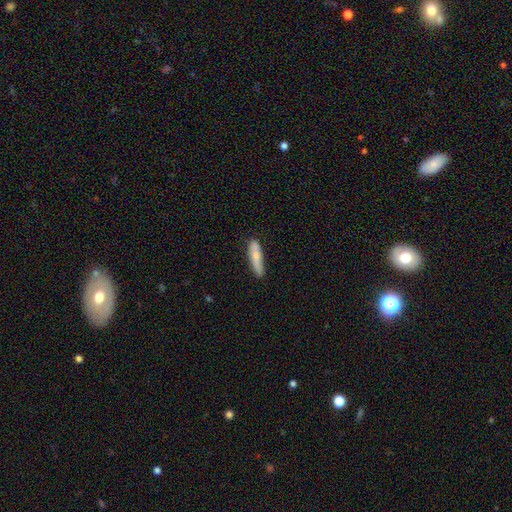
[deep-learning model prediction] A smooth galaxy with no disk features (70%) that is cigar-shaped (76%). Merging: none (75%).